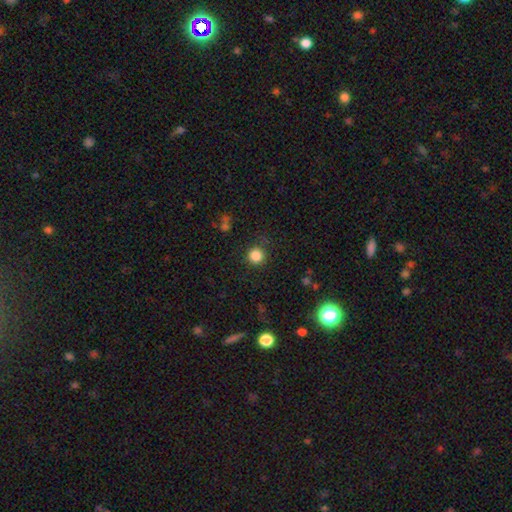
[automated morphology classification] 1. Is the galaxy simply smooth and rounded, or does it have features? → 84% smooth, 12% star or artifact, 4% featured or disk.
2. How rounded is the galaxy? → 94% round, 5% in between, 1% cigar-shaped.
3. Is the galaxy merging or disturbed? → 88% none, 8% minor disturbance, 3% major disturbance, 1% merger.